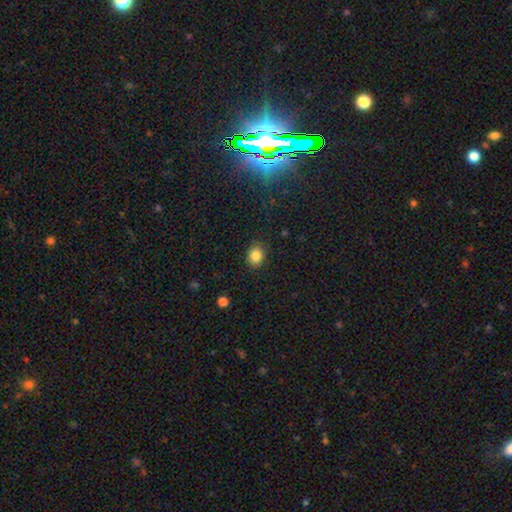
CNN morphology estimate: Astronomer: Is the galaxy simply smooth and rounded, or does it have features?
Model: smooth — 85%.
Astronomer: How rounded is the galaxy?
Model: round — 53% (runner-up: in between, 46%).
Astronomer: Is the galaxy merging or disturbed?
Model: none — 87%.